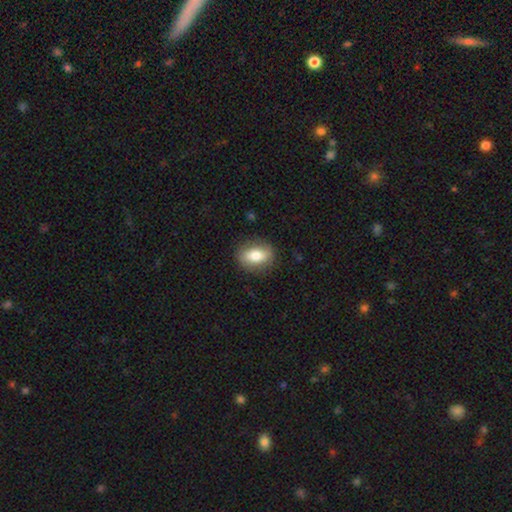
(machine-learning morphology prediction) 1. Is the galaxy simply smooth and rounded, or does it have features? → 73% smooth, 20% featured or disk, 7% star or artifact.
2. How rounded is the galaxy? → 75% in between, 22% round, 2% cigar-shaped.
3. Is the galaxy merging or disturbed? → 83% none, 12% minor disturbance, 4% major disturbance, 1% merger.